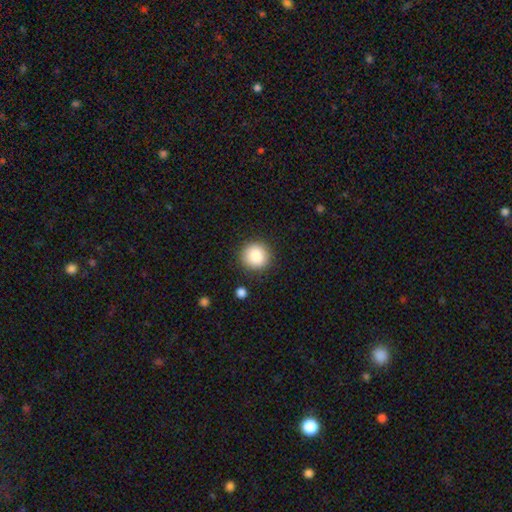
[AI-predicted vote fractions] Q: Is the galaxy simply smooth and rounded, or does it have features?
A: smooth — 87%.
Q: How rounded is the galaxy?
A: round — 93%.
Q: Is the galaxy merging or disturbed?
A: none — 89%.